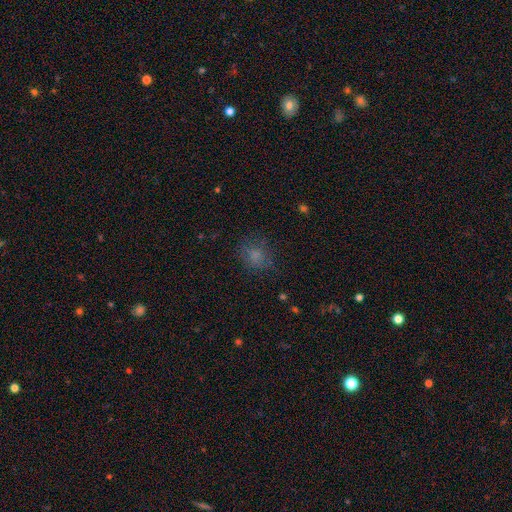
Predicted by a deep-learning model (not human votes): This appears to be a smooth galaxy with no disk features (73%) that is round (68%). Merging: none (72%).